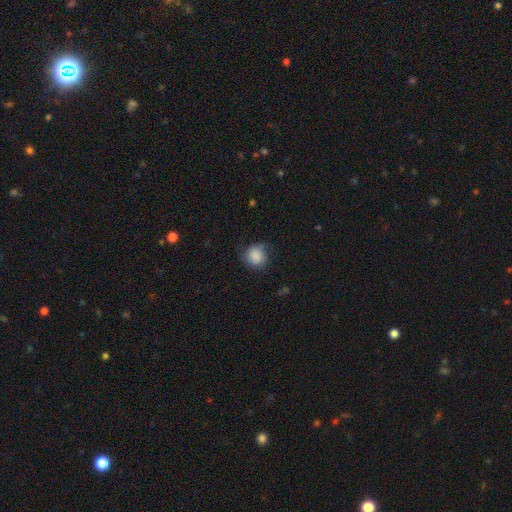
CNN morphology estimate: Q: Smooth or featured?
A: smooth (83%); runner-up: featured or disk (9%)
Q: How rounded?
A: round (80%); runner-up: in between (19%)
Q: Merging?
A: none (65%); runner-up: minor disturbance (25%)